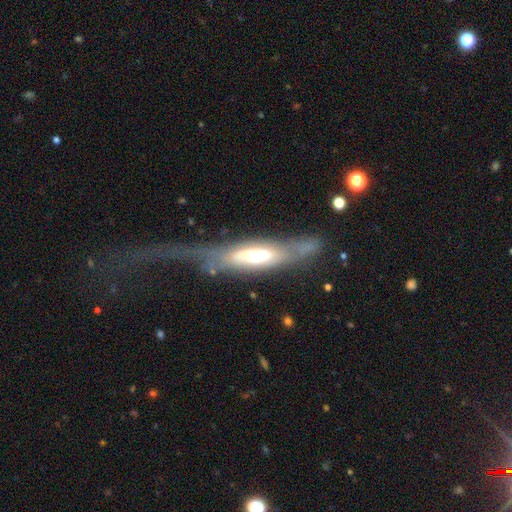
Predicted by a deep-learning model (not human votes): smooth-or-featured: featured or disk: 60% | smooth: 33% | star or artifact: 6%
  disk-edge-on: yes: 53% | no: 47%
  merging: none: 54% | minor disturbance: 23% | major disturbance: 19% | merger: 4%